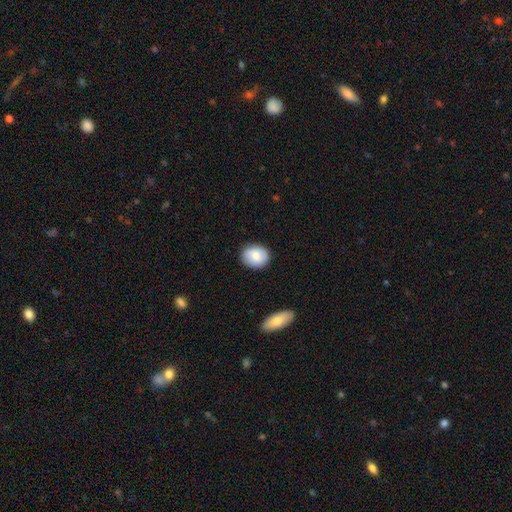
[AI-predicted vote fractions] A smooth galaxy with no disk features (81%) that is round (64%). Merging: none (88%).